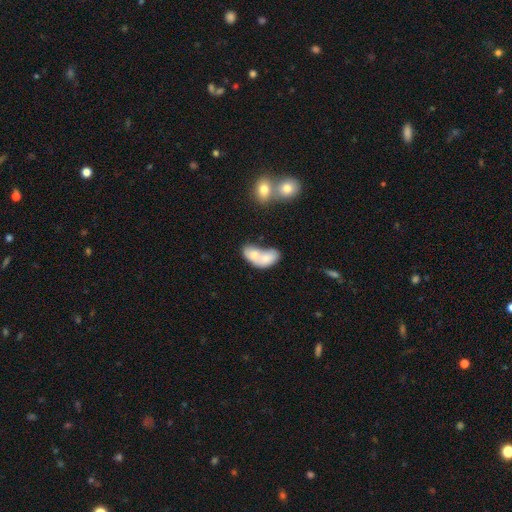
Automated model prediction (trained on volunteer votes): A smooth galaxy with no disk features (69%) that is in between round and cigar-shaped (87%). Merging: merger (75%).